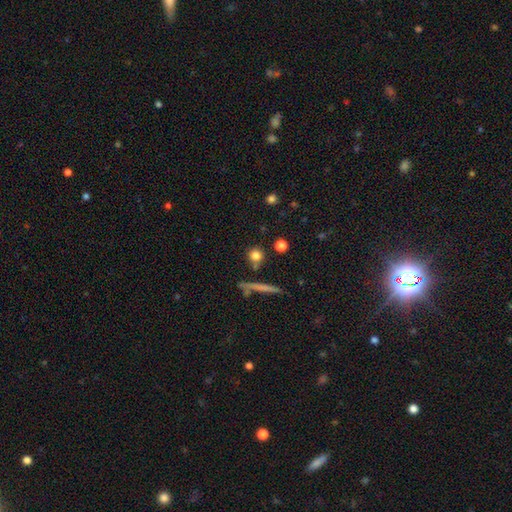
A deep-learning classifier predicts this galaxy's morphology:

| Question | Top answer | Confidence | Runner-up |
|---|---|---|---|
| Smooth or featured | smooth | 78% | star or artifact (11%) |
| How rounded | round | 86% | in between (8%) |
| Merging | none | 78% | merger (10%) |